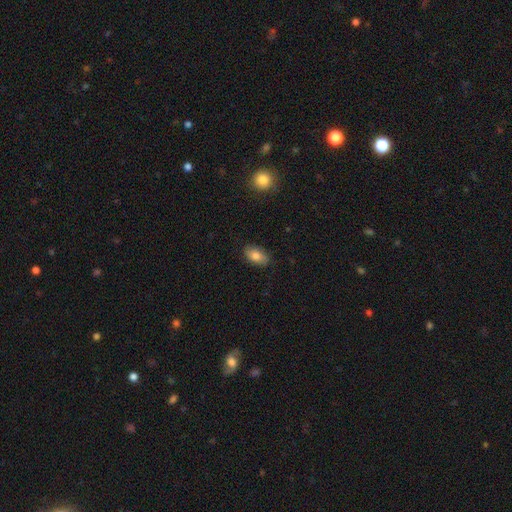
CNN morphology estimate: smooth 80%, featured or disk 12%, star or artifact 8%. Down the decision tree: how rounded — in between (91%); merging — none (85%).